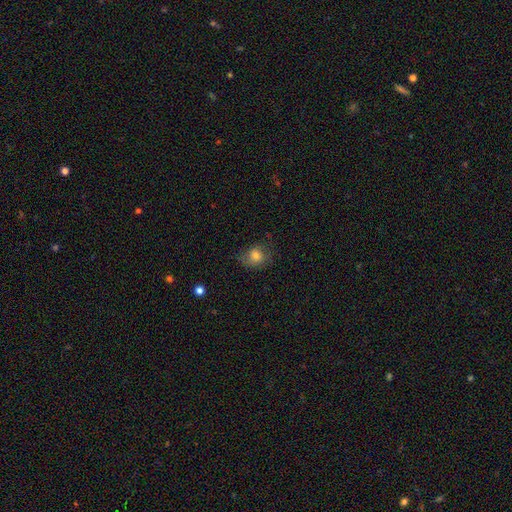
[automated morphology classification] Overall: smooth (71%). How rounded: round (60%; in between 39%). Merging: none (60%; minor disturbance 25%).